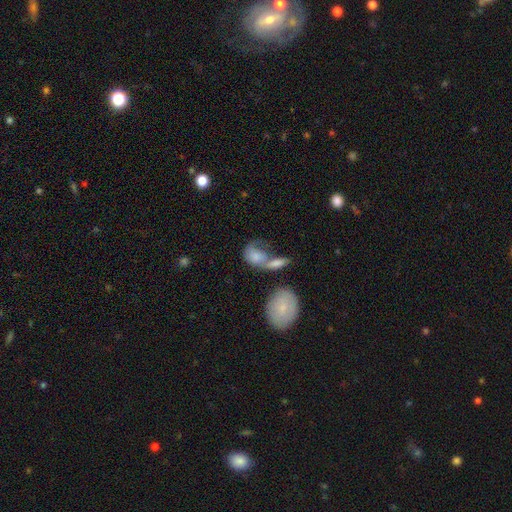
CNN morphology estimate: This is likely a smooth galaxy (67%). How rounded: likely in between (74%). Merging: possibly merger (54%).